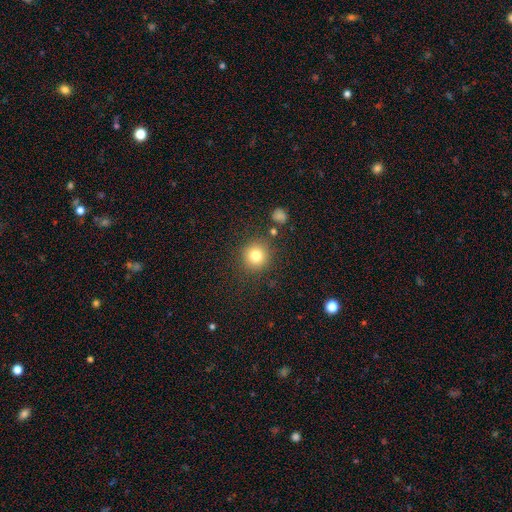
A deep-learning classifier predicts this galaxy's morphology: Smooth or featured? smooth (80%)
How rounded? round (92%)
Merging? none (85%)